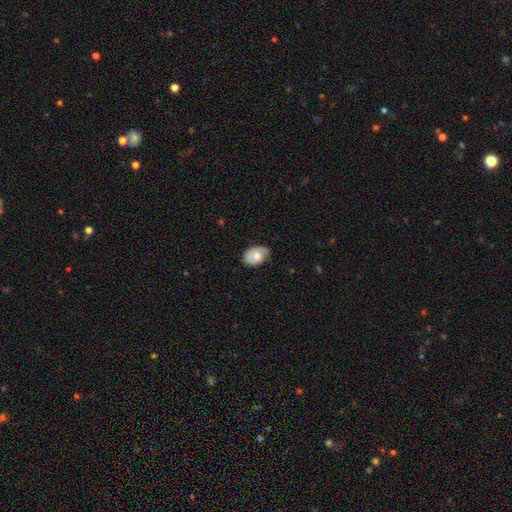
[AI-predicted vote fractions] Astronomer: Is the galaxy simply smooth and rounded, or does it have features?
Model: smooth — 67%.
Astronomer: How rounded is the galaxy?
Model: in between — 87%.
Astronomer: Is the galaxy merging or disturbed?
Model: none — 66%.